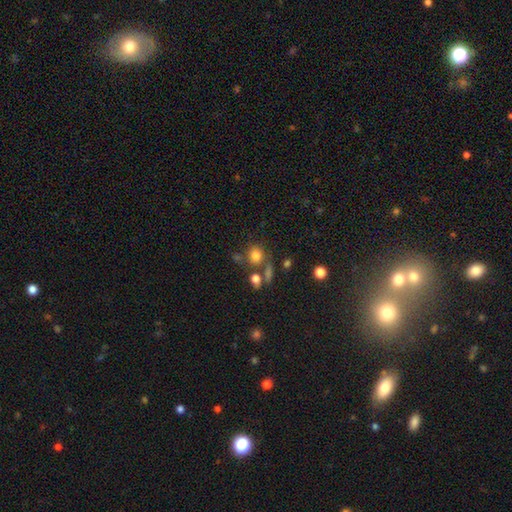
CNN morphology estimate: The model was most divided on "merging": none: 63%, merger: 19%, minor disturbance: 12%, major disturbance: 6%. More confident: how rounded — round (81%); smooth or featured — smooth (78%).